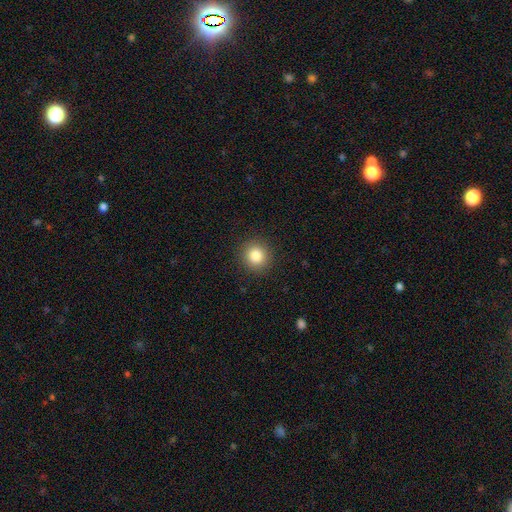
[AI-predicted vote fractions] Smooth or featured? smooth (84%)
How rounded? round (91%)
Merging? none (91%)